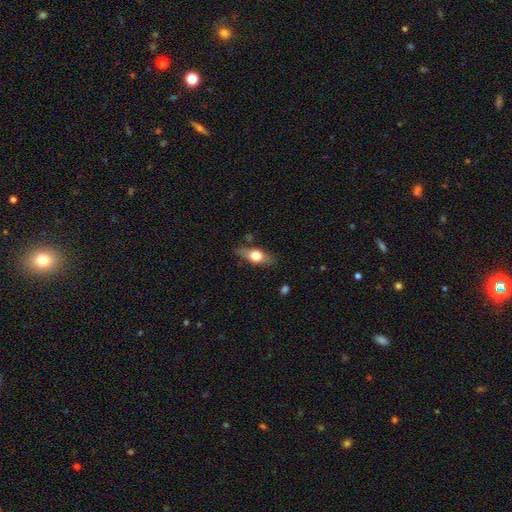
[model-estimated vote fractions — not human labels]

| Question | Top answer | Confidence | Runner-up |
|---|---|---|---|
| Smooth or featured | smooth | 56% | featured or disk (37%) |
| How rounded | in between | 66% | cigar-shaped (27%) |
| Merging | none | 79% | minor disturbance (15%) |